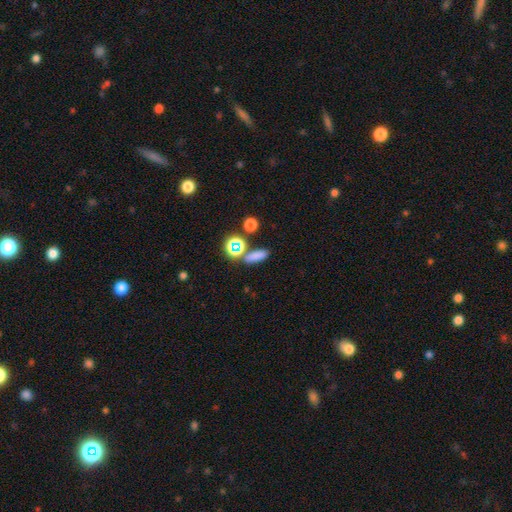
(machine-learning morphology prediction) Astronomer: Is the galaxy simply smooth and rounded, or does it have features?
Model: smooth — 72%.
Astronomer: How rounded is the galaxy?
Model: in between — 50% (runner-up: cigar-shaped, 34%).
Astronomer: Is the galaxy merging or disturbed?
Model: none — 74%.